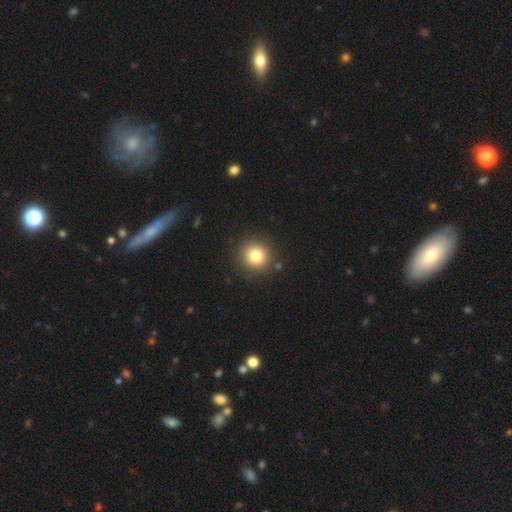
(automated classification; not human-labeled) Smooth or featured? Predicted: smooth (p=0.81). How rounded? Predicted: round (p=0.94). Merging? Predicted: none (p=0.89).